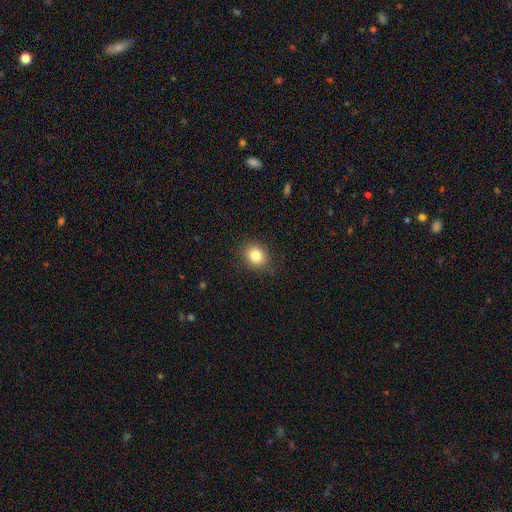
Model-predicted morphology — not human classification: Smooth or featured? smooth (82%)
How rounded? round (74%)
Merging? none (83%)